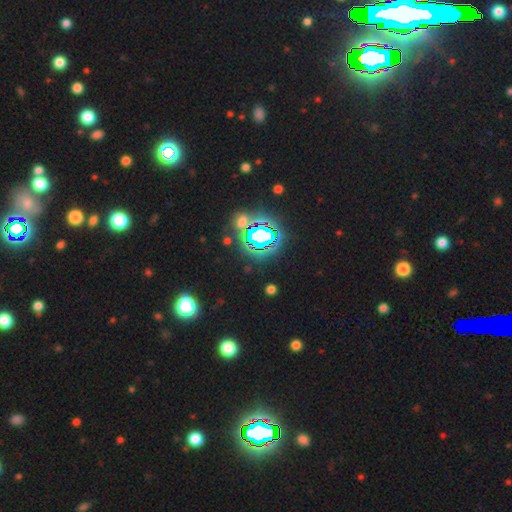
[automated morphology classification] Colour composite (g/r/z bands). It shows a star or artifact, not a galaxy (82%).